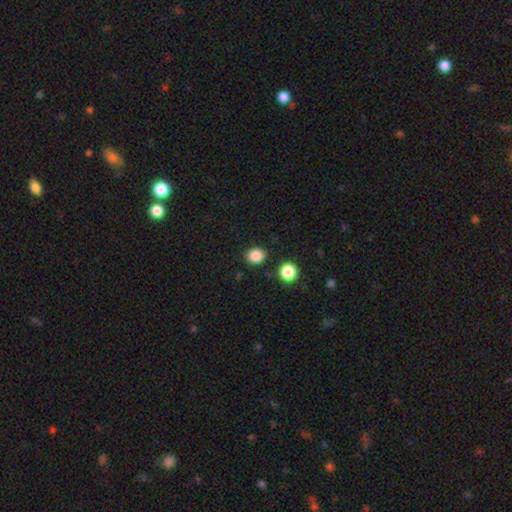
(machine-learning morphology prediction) A smooth galaxy with no disk features (85%) that is round (76%).

Vote fractions:
- Smooth or featured? smooth: 85% / star or artifact: 11% / featured or disk: 4%
- How rounded? round: 76% / in between: 23% / cigar-shaped: 1%
- Merging? none: 87% / minor disturbance: 7% / merger: 3% / major disturbance: 2%